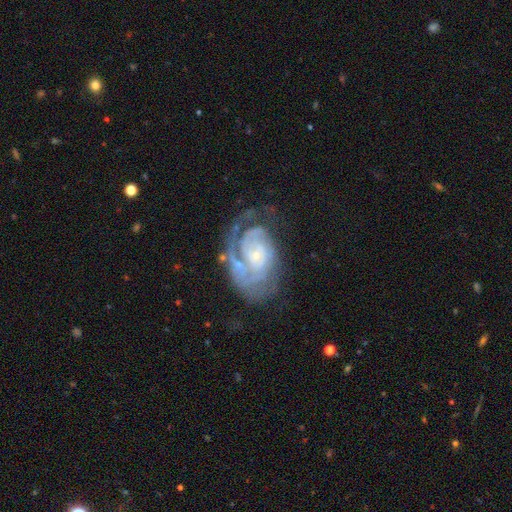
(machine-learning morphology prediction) This appears to be a featured or disk galaxy (85%) with no bar (68%), 2 (33%) tight (68%) spiral arms (94%) and a small central bulge (78%). Merging: none (54%).